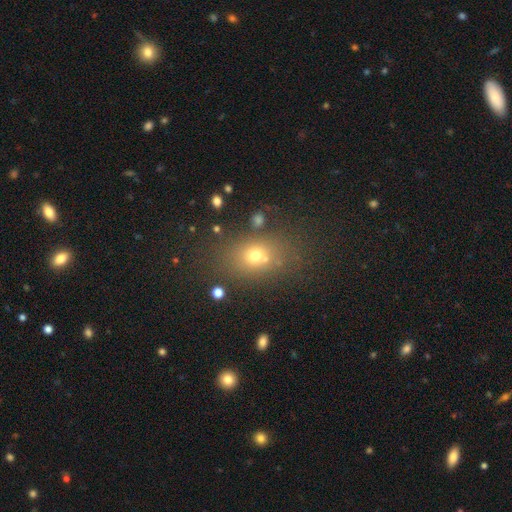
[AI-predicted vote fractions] Smooth or featured? smooth (66%)
How rounded? in between (61%)
Merging? none (73%)